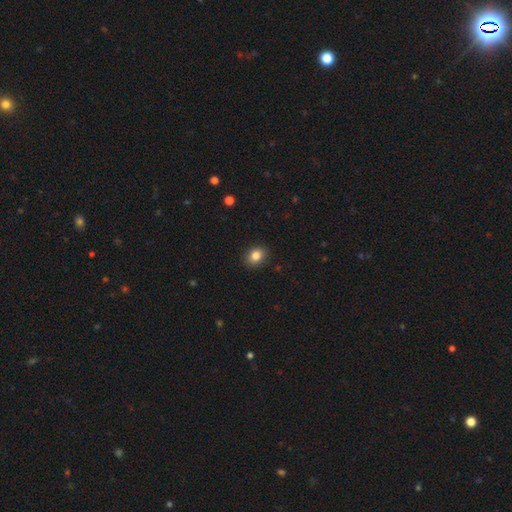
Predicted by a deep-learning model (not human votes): Smooth or featured: smooth — 84% (star or artifact — 10%)
How rounded: round — 53% (in between — 46%)
Merging: none — 90% (minor disturbance — 7%)